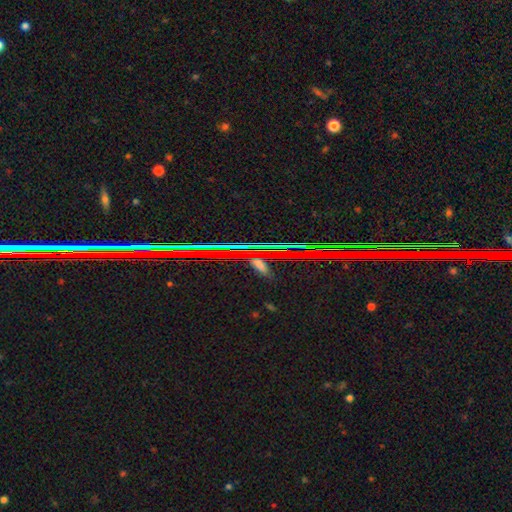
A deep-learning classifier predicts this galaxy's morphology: type=star or artifact (82%).